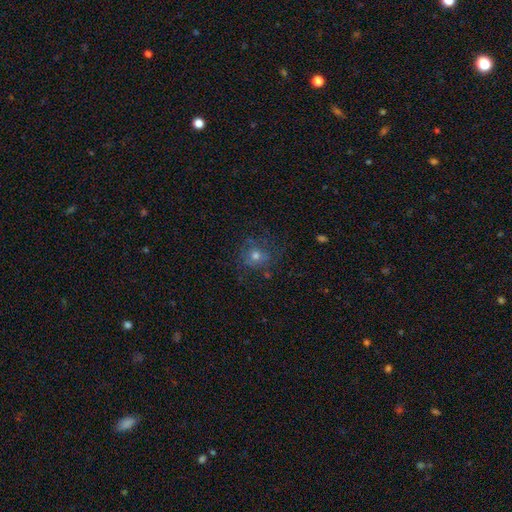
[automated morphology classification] smooth 54%, featured or disk 26%, star or artifact 20%. Down the decision tree: how rounded — round (83%); merging — none (69%).